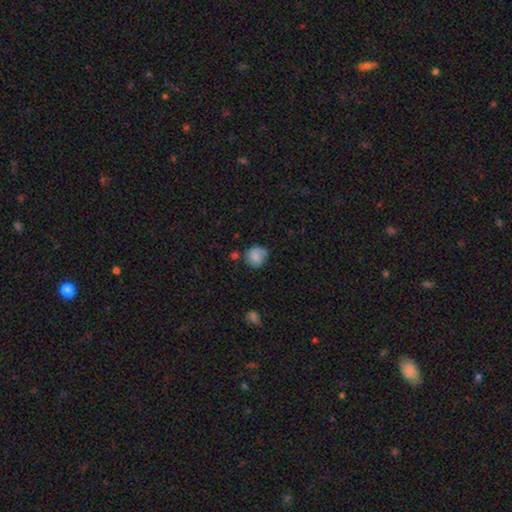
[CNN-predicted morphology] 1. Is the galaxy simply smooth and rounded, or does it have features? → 70% smooth, 22% featured or disk, 9% star or artifact.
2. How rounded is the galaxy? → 79% round, 20% in between, 1% cigar-shaped.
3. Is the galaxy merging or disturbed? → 62% none, 25% minor disturbance, 8% major disturbance, 5% merger.